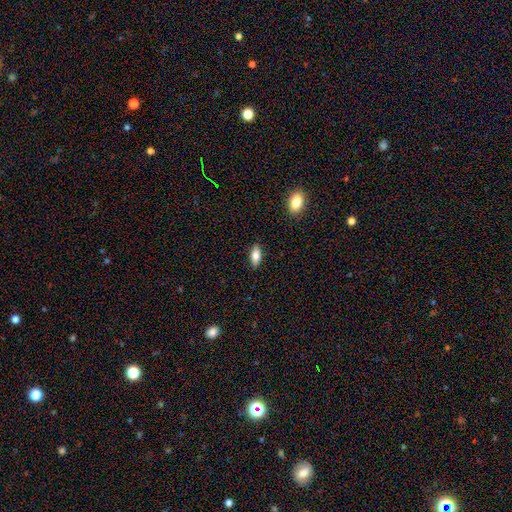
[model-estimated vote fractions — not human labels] A smooth galaxy with no disk features (79%) that is in between round and cigar-shaped (85%). Merging: none (88%).